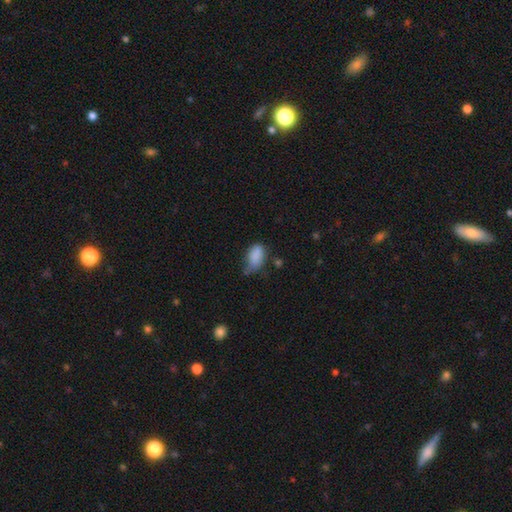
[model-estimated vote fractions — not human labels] Smooth or featured: smooth — 84% (star or artifact — 9%)
How rounded: in between — 91% (round — 6%)
Merging: minor disturbance — 42% (none — 40%)